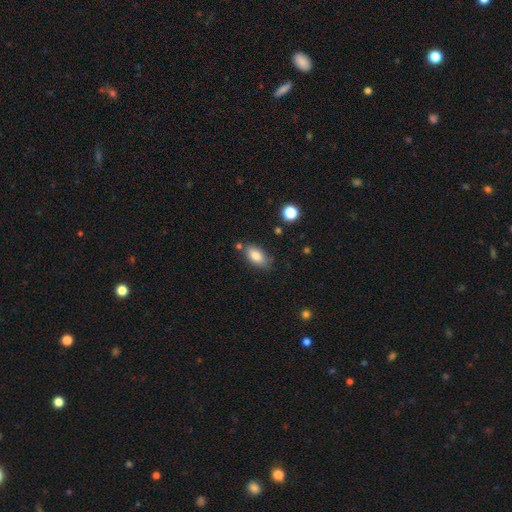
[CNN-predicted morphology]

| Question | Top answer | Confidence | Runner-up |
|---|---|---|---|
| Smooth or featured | smooth | 83% | featured or disk (9%) |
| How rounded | in between | 89% | cigar-shaped (6%) |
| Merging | none | 73% | minor disturbance (17%) |